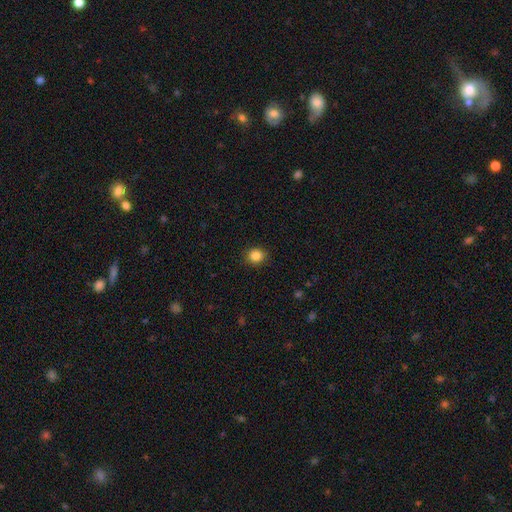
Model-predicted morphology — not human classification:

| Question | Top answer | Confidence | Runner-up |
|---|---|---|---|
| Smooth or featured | smooth | 86% | star or artifact (11%) |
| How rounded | round | 80% | in between (19%) |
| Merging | none | 89% | minor disturbance (8%) |